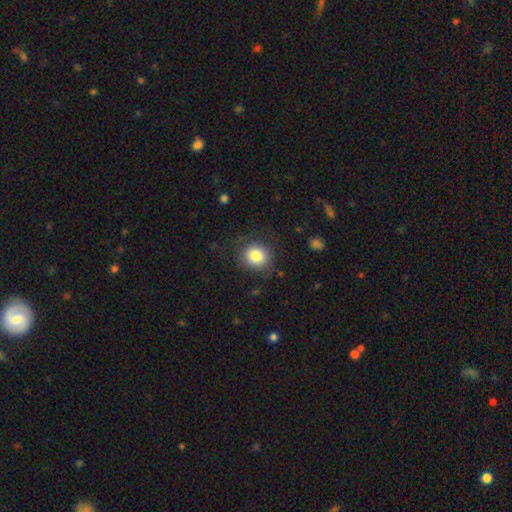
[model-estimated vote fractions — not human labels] Morphology: type=smooth (83%); roundness=round (84%); merging=none (83%).